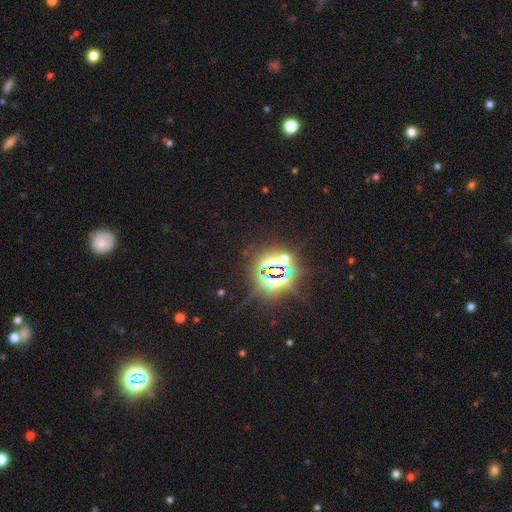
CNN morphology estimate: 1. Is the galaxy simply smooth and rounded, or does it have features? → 83% star or artifact, 11% smooth, 7% featured or disk.